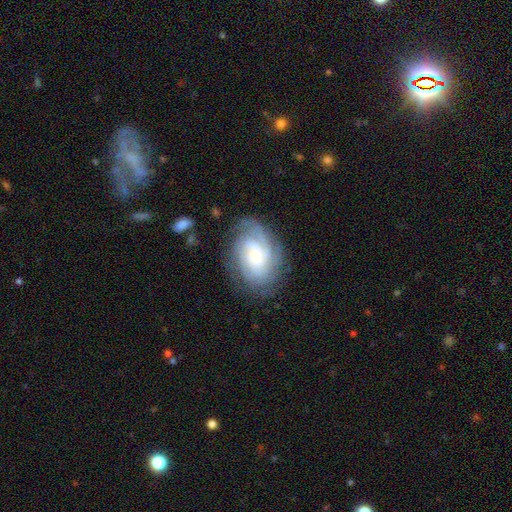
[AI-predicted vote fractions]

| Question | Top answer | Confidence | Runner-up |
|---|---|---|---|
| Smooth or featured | featured or disk | 81% | smooth (13%) |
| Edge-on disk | no | 97% | yes (3%) |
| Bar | no | 69% | weak (25%) |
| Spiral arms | yes | 96% | no (4%) |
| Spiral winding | tight | 72% | medium (23%) |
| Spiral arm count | can't tell | 36% | 3 (20%) |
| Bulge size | small | 66% | moderate (25%) |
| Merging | none | 75% | minor disturbance (16%) |